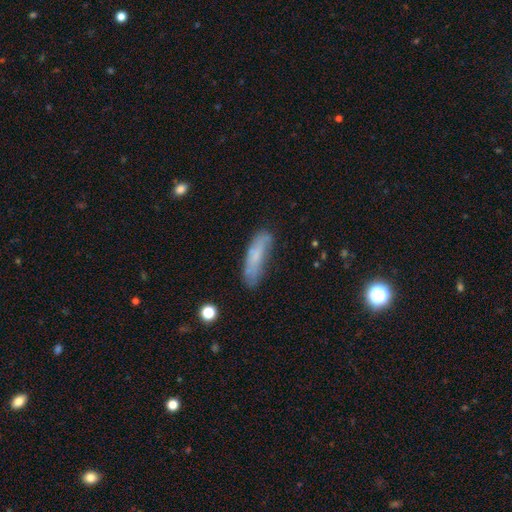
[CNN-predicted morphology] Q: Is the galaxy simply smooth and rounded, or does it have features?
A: smooth — 68%.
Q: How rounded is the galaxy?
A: cigar-shaped — 60%.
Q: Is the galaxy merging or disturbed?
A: none — 58%.